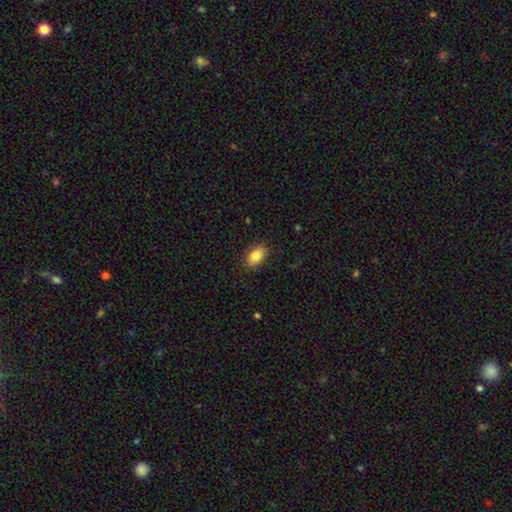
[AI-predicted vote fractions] This appears to be a smooth galaxy with no disk features (86%) that is in between round and cigar-shaped (88%). Merging: none (86%).